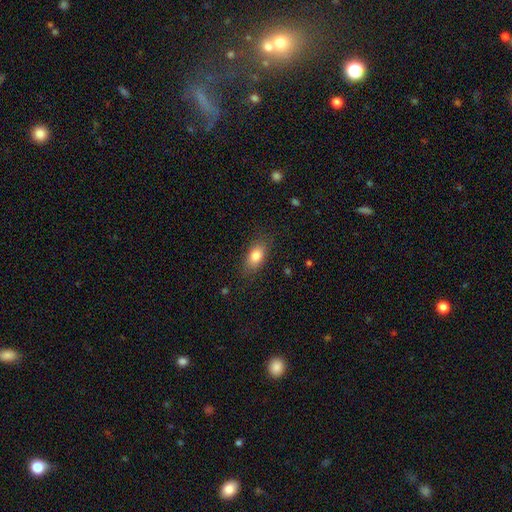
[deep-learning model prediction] Morphology: type=smooth (81%); roundness=in between (86%); merging=none (82%).